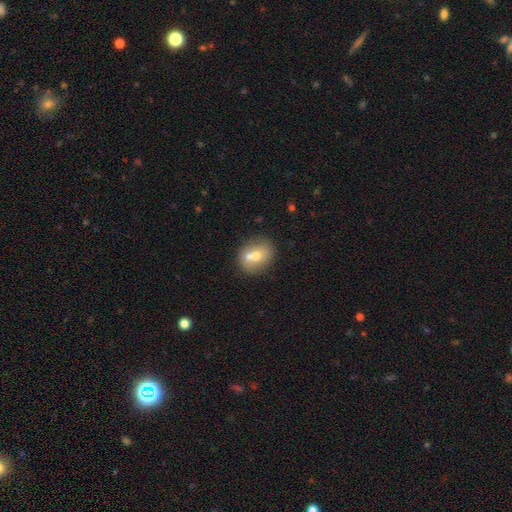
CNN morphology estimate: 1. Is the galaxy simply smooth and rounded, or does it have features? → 65% smooth, 26% featured or disk, 9% star or artifact.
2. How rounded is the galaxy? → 55% round, 43% in between, 1% cigar-shaped.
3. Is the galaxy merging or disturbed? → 49% none, 36% merger, 11% minor disturbance, 3% major disturbance.